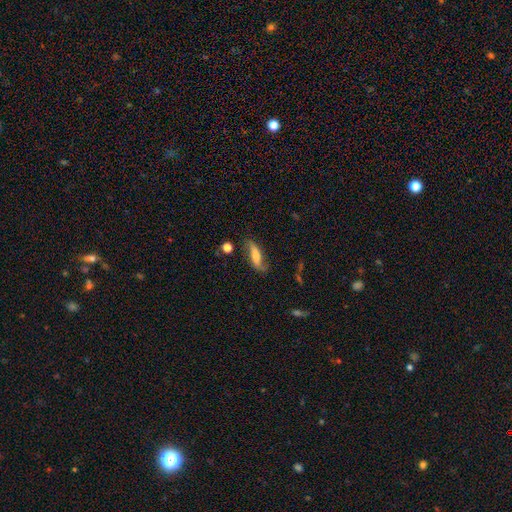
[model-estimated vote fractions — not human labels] This appears to be a featured or disk galaxy (58%). Merging: none (69%).